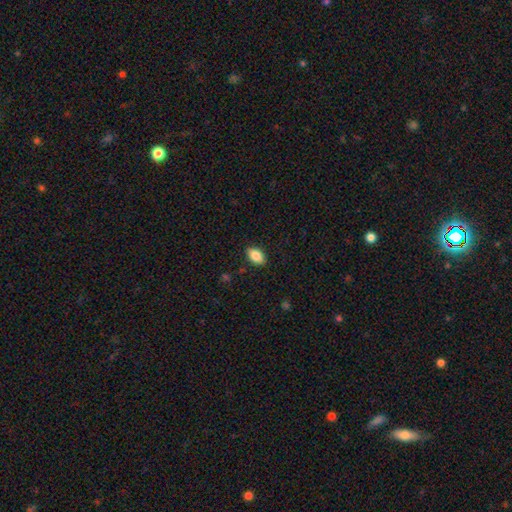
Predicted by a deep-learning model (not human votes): The model was most divided on "merging": none: 88%, minor disturbance: 9%, major disturbance: 2%, merger: 1%. More confident: how rounded — in between (91%); smooth or featured — smooth (86%).